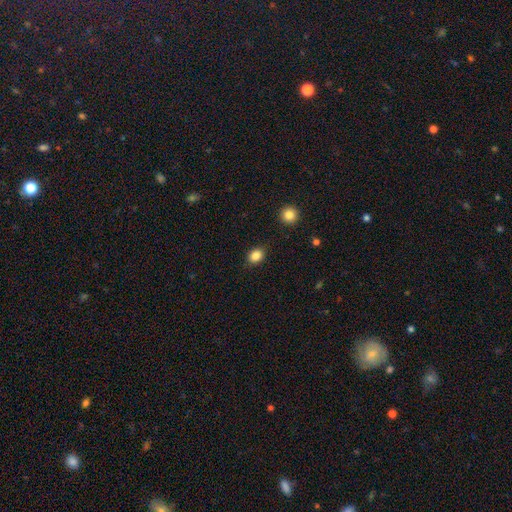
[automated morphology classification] Smooth or featured: smooth — 85% (star or artifact — 10%)
How rounded: in between — 53% (round — 46%)
Merging: none — 86% (minor disturbance — 10%)